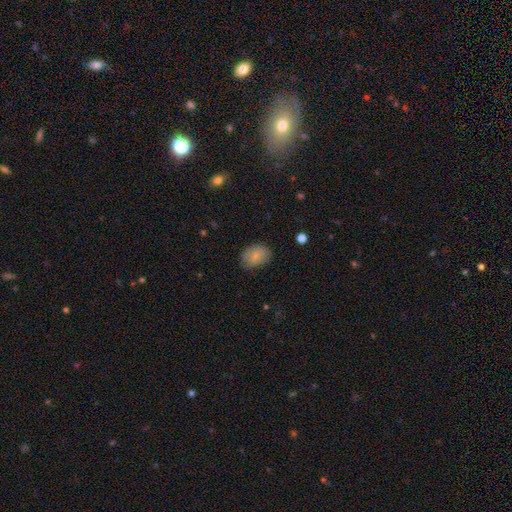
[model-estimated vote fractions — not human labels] Smooth or featured? Predicted: smooth (p=0.80). How rounded? Predicted: in between (p=0.74). Merging? Predicted: none (p=0.75).